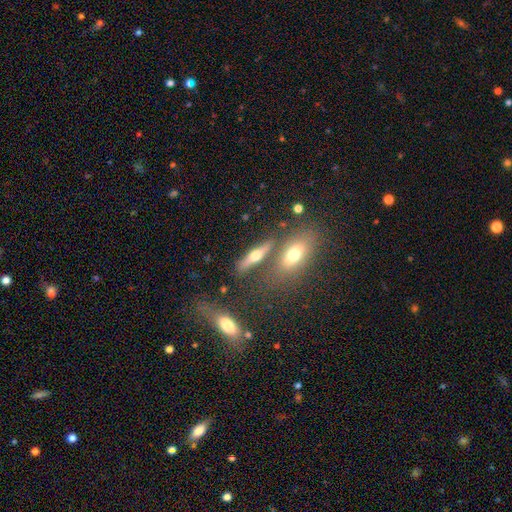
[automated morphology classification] featured or disk 50%, smooth 39%, star or artifact 10%. Down the decision tree: edge-on disk — yes (87%); merging — none (69%).